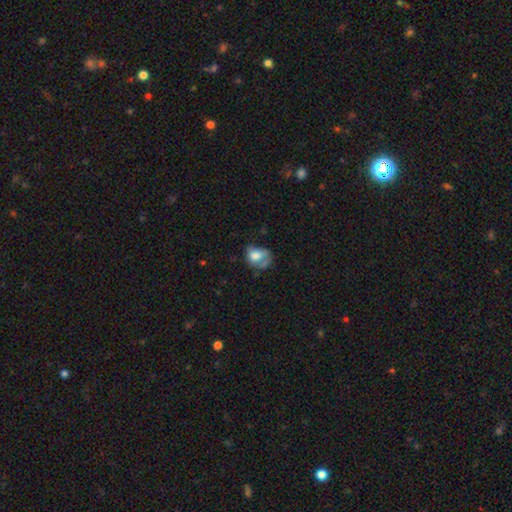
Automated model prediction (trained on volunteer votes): smooth 64%, featured or disk 27%, star or artifact 10%. Down the decision tree: how rounded — in between (60%); merging — major disturbance (35%).